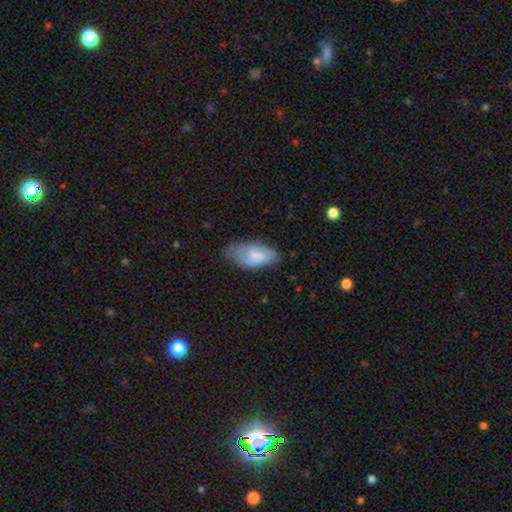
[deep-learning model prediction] This is likely a smooth galaxy (64%). How rounded: clearly in between (91%). Merging: possibly none (55%).